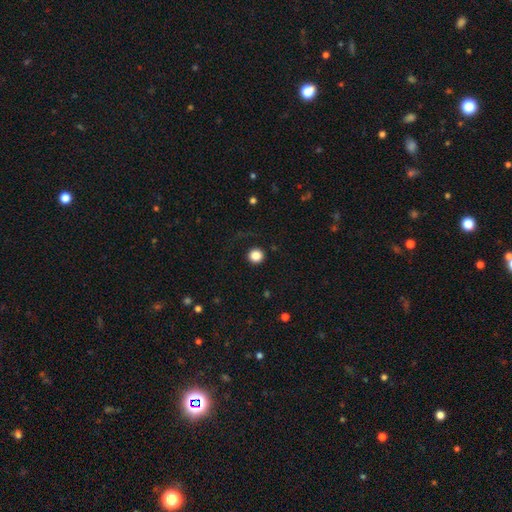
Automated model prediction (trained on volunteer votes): This appears to be a smooth galaxy with no disk features (86%) that is round (95%). Merging: none (90%).